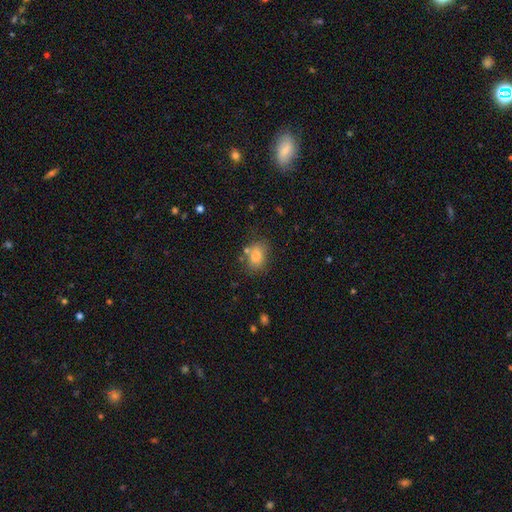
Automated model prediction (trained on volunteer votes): A smooth galaxy with no disk features (83%) that is in between round and cigar-shaped (77%). Merging: none (65%).